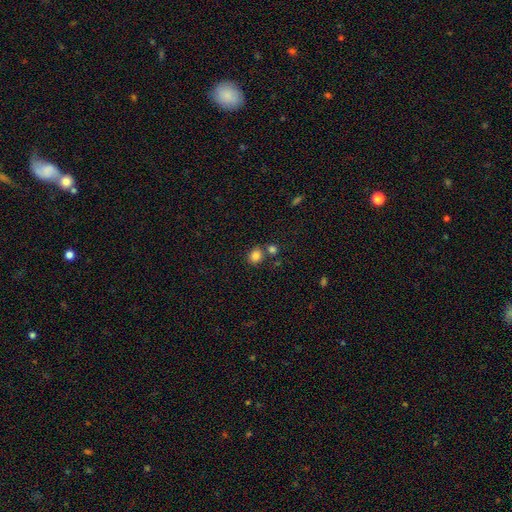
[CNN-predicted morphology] This is clearly a smooth galaxy (83%). How rounded: likely round (71%). Merging: likely none (69%).